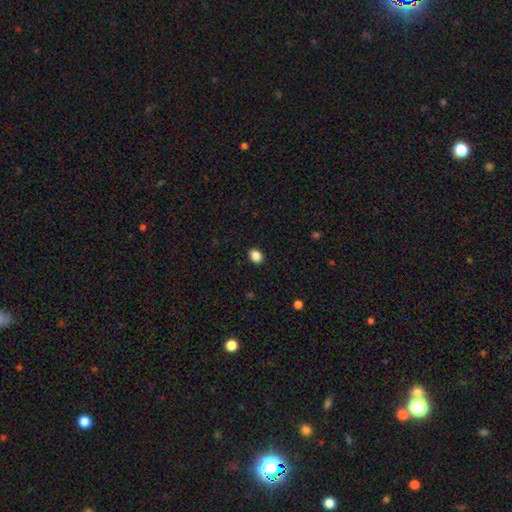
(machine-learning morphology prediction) A smooth galaxy with no disk features (88%) that is in between round and cigar-shaped (58%). Merging: none (91%).